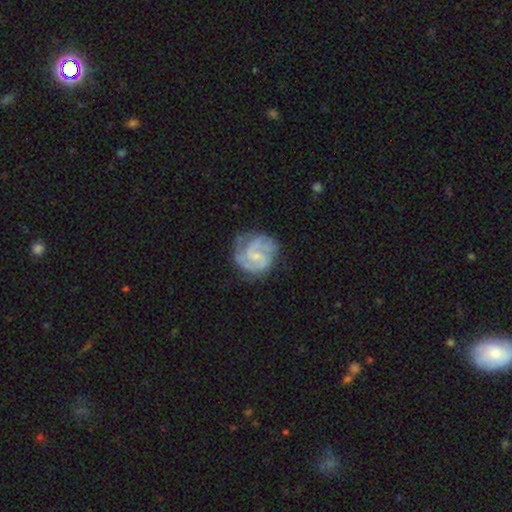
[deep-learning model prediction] This is clearly a featured or disk galaxy (84%). It is clearly not viewed edge-on (98%). Bar: possibly weak (47%). Spiral arm pattern: clearly yes (96%). Spiral arm count: possibly 2 (55%). Spiral winding: possibly tight (46%). Central bulge: likely small (65%). Merging: likely none (68%).